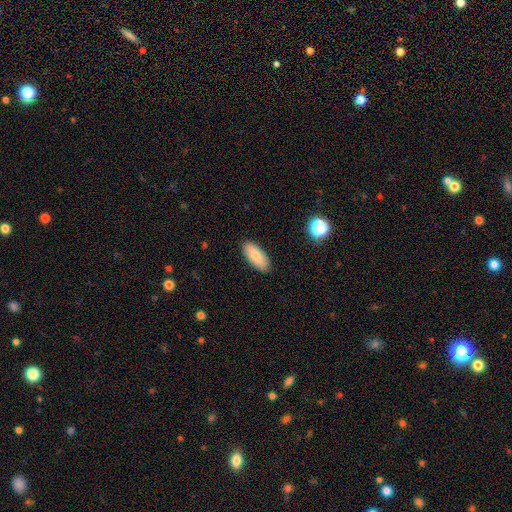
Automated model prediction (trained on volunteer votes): Smooth or featured? smooth (81%)
How rounded? in between (85%)
Merging? none (88%)